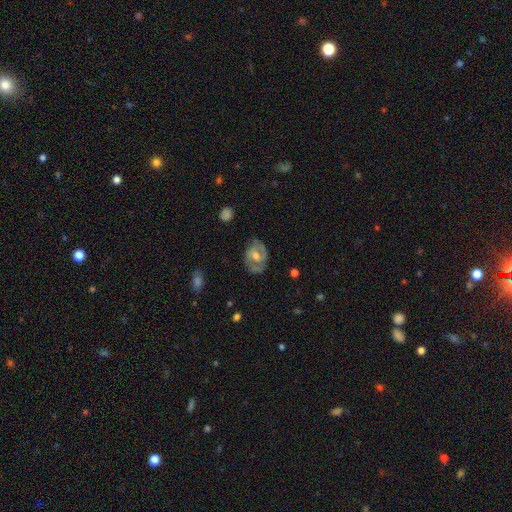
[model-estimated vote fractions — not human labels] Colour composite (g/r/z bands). It shows a featured or disk galaxy (69%) with a weak bar (43%, tied with no), 2 (72%) medium (45%) spiral arms (76%) and a moderate central bulge (62%). Merging: none (69%).